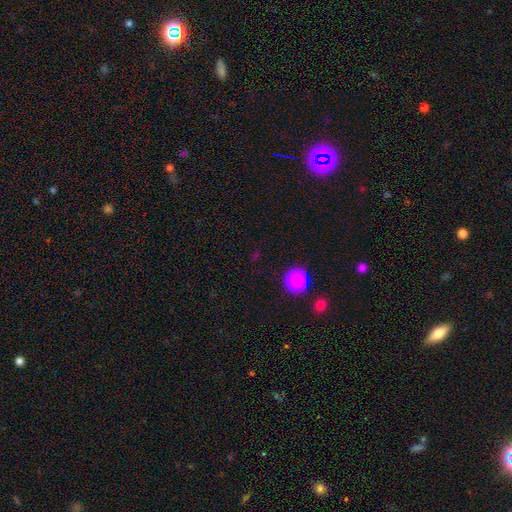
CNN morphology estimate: This is possibly a smooth galaxy (47%). Merging: clearly none (83%).